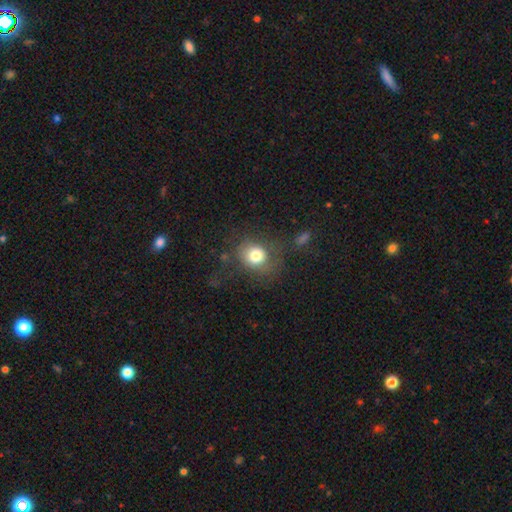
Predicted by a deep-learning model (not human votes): Overall: smooth (77%). How rounded: round (71%). Merging: none (61%).